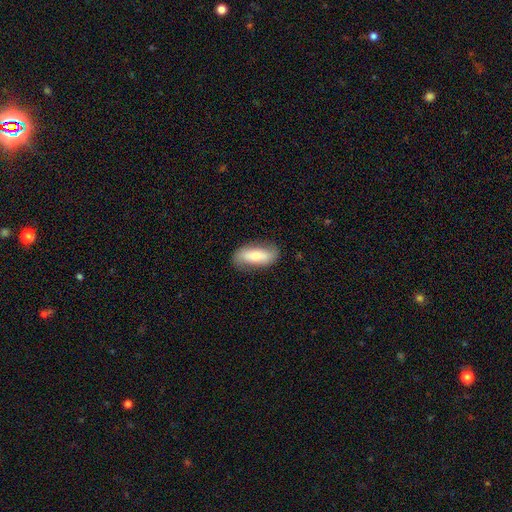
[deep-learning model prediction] Smooth or featured: smooth — 68% (featured or disk — 26%)
How rounded: in between — 72% (cigar-shaped — 26%)
Merging: none — 79% (minor disturbance — 16%)